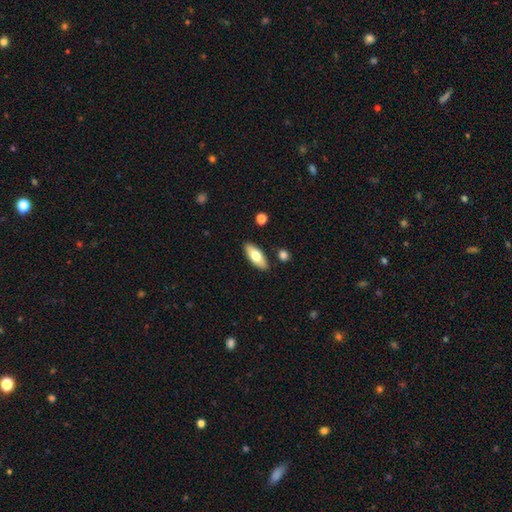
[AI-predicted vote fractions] Q: Smooth or featured?
A: smooth (70%); runner-up: featured or disk (24%)
Q: How rounded?
A: in between (80%); runner-up: cigar-shaped (18%)
Q: Merging?
A: none (87%); runner-up: minor disturbance (8%)